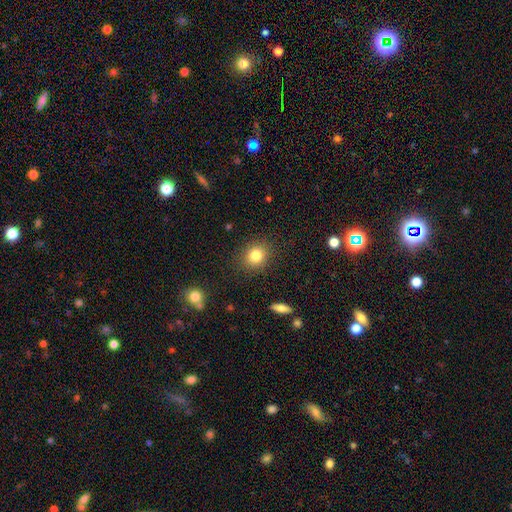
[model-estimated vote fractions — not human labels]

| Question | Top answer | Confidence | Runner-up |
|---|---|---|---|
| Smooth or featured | smooth | 82% | star or artifact (11%) |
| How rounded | round | 74% | in between (25%) |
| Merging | none | 88% | minor disturbance (8%) |